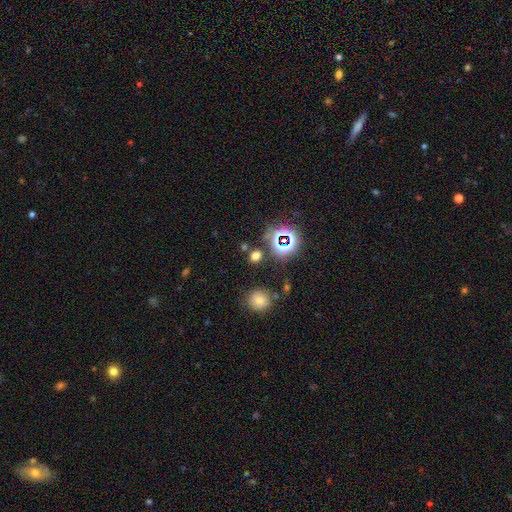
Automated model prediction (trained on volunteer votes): Smooth or featured? smooth (57%)
How rounded? round (69%)
Merging? none (81%)